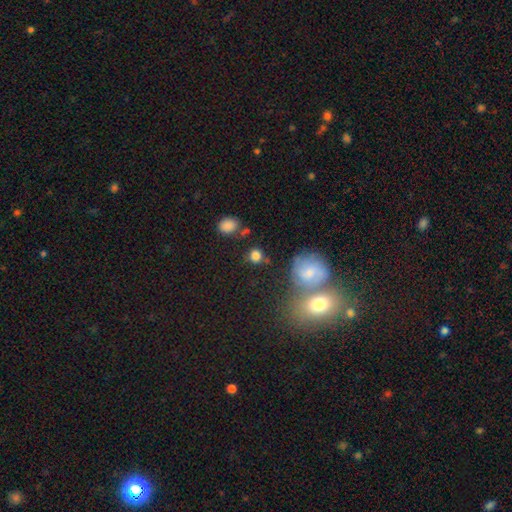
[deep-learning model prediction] Smooth or featured? smooth (81%)
How rounded? round (85%)
Merging? none (71%)